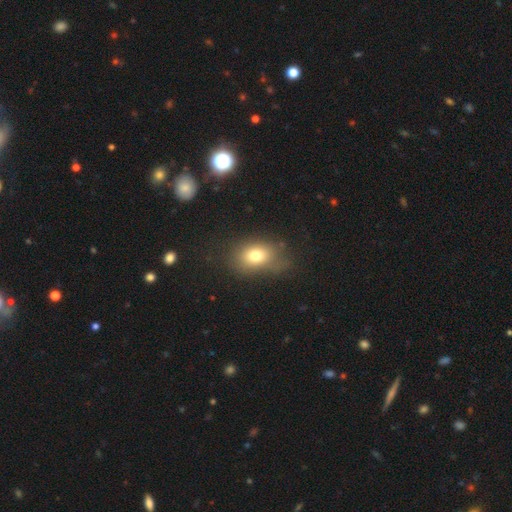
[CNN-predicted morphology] Q: Smooth or featured?
A: smooth (74%); runner-up: featured or disk (14%)
Q: How rounded?
A: in between (66%); runner-up: round (33%)
Q: Merging?
A: none (57%); runner-up: minor disturbance (25%)